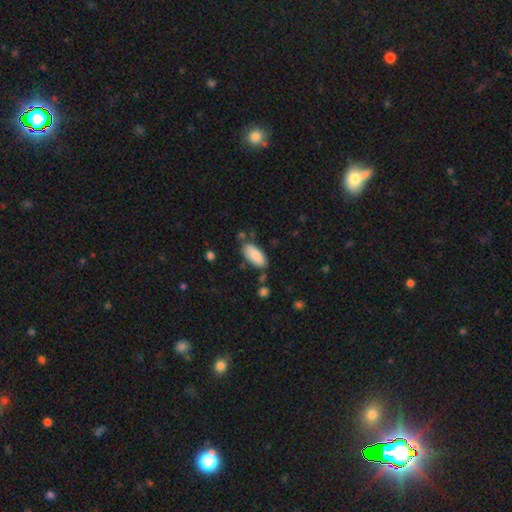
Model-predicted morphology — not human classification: type=smooth (87%); roundness=in between (88%); merging=none (75%).